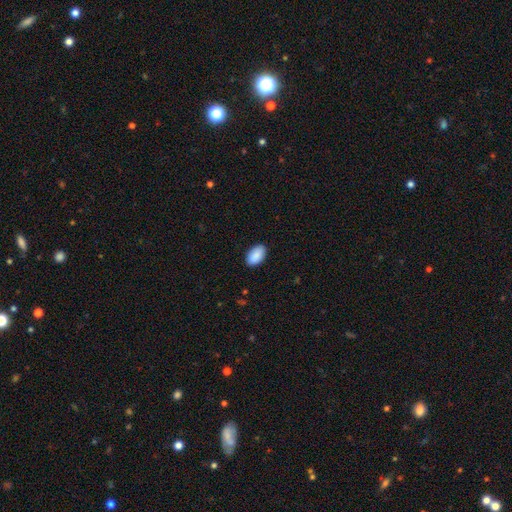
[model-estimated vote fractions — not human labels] smooth 91%, star or artifact 6%, featured or disk 3%. Down the decision tree: how rounded — in between (95%); merging — none (88%).